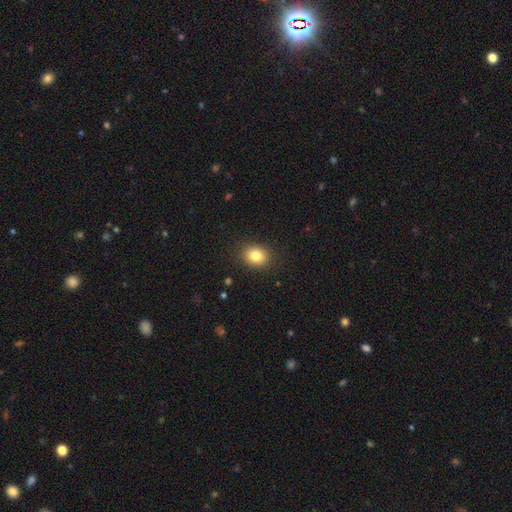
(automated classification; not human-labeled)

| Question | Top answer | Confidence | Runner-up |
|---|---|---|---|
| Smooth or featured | smooth | 83% | star or artifact (10%) |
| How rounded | round | 51% | in between (48%) |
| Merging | none | 88% | minor disturbance (8%) |